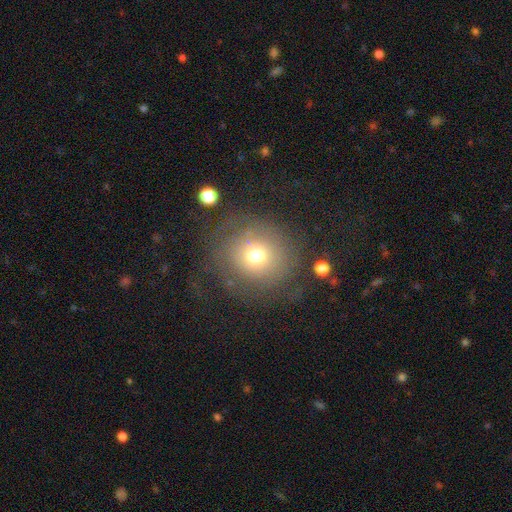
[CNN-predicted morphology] Smooth or featured?
  - smooth: 65% *
  - featured or disk: 21%
  - star or artifact: 13%
How rounded?
  - round: 88% *
  - in between: 11%
  - cigar-shaped: 1%
Merging?
  - none: 67% *
  - minor disturbance: 16%
  - major disturbance: 15%
  - merger: 2%